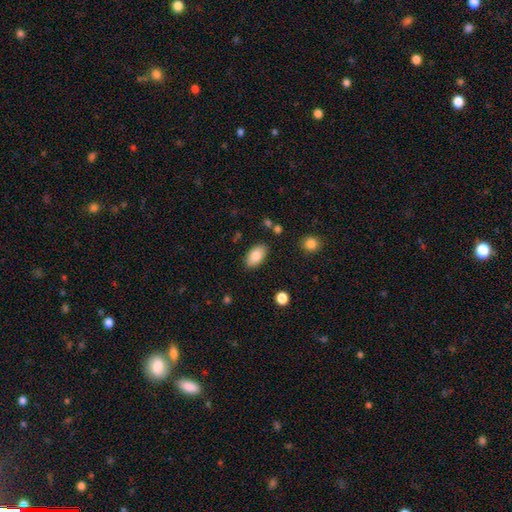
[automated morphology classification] This is clearly a smooth galaxy (83%). How rounded: clearly in between (93%). Merging: clearly none (86%).